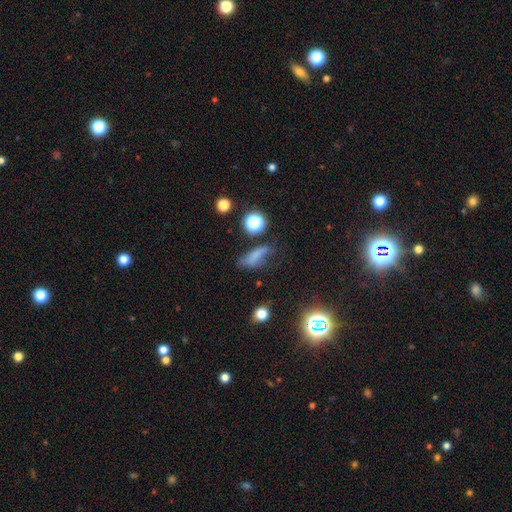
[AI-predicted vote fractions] Morphology: type=smooth (62%); roundness=in between (56%); merging=none (44%).